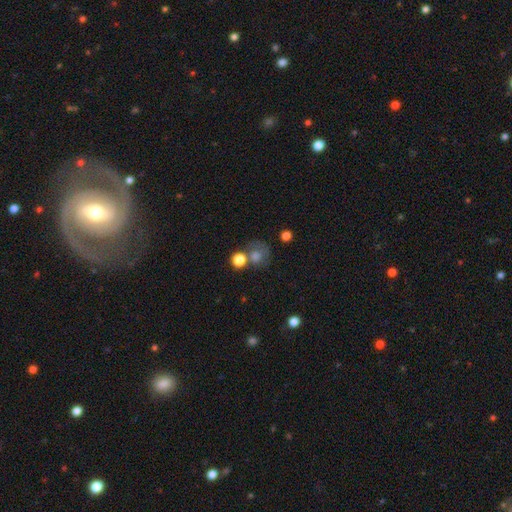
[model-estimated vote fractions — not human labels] A smooth galaxy with no disk features (67%) that is round (76%).

Vote fractions:
- Smooth or featured? smooth: 67% / star or artifact: 19% / featured or disk: 14%
- How rounded? round: 76% / in between: 23% / cigar-shaped: 1%
- Merging? none: 46% / merger: 26% / minor disturbance: 15% / major disturbance: 13%